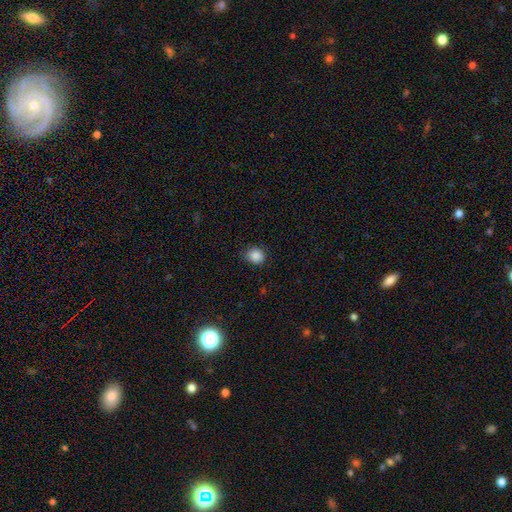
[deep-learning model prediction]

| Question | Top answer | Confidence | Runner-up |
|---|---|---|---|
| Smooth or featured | smooth | 87% | star or artifact (10%) |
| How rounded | round | 73% | in between (26%) |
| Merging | none | 81% | minor disturbance (15%) |